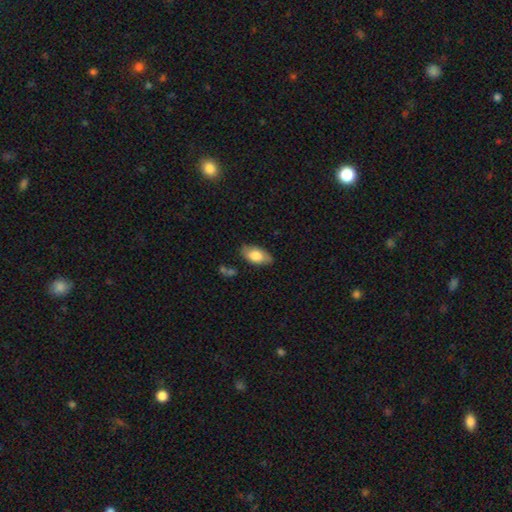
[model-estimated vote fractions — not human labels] Q: Smooth or featured?
A: smooth (77%); runner-up: featured or disk (16%)
Q: How rounded?
A: in between (92%); runner-up: cigar-shaped (5%)
Q: Merging?
A: none (77%); runner-up: minor disturbance (17%)